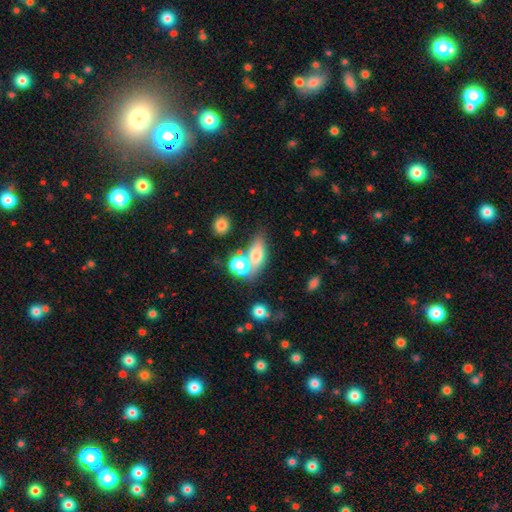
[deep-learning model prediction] Smooth or featured? smooth (70%)
How rounded? in between (67%)
Merging? merger (41%)